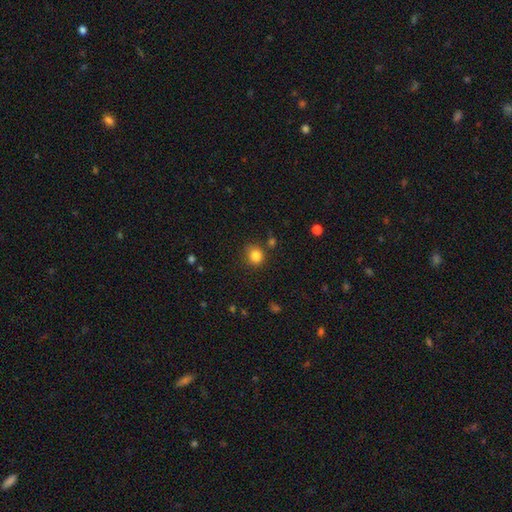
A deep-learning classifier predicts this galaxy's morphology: This is clearly a smooth galaxy (83%). How rounded: clearly round (81%). Merging: likely none (80%).